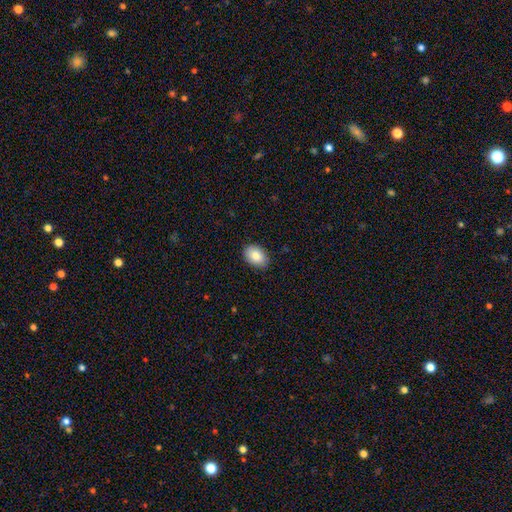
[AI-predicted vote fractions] This appears to be a smooth galaxy with no disk features (85%) that is in between round and cigar-shaped (85%). Merging: none (88%).